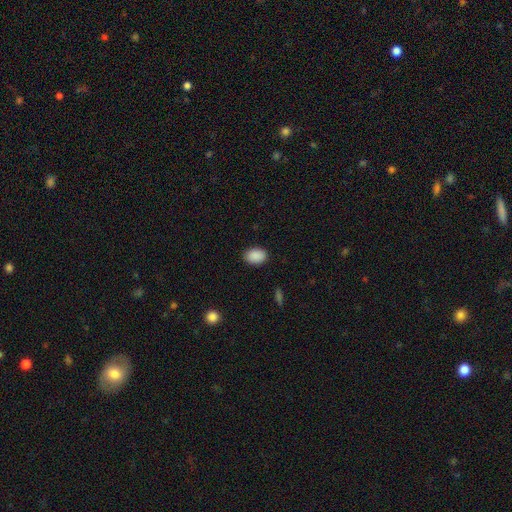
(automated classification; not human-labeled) Smooth or featured? smooth (90%)
How rounded? in between (82%)
Merging? none (88%)